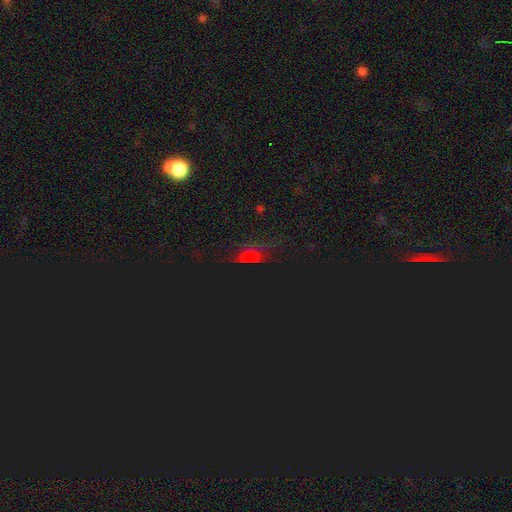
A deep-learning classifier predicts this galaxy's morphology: A star or artifact, not a galaxy (57%).